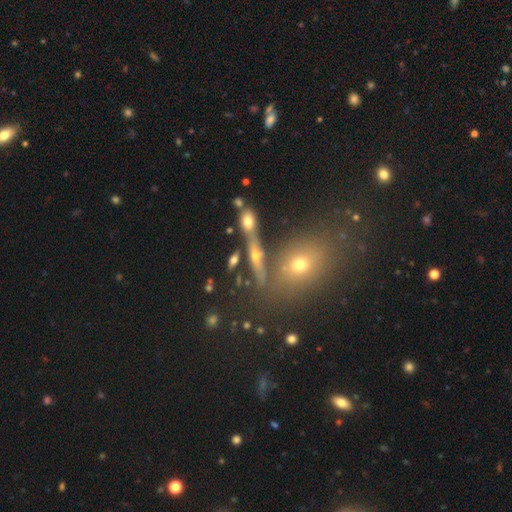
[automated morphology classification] The model was most divided on "smooth or featured": featured or disk: 46%, smooth: 35%, star or artifact: 18%. More confident: merging — none (62%).